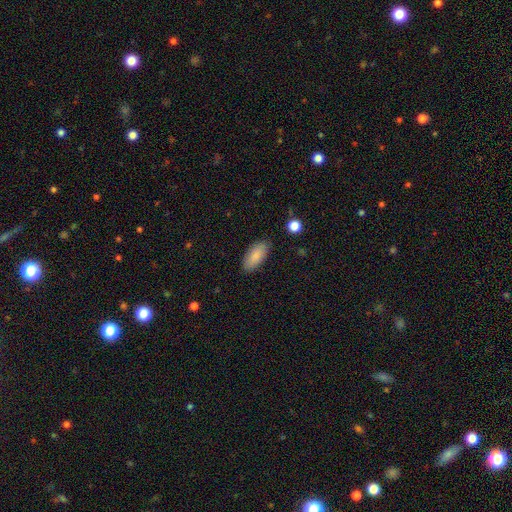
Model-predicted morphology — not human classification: smooth 86%, featured or disk 8%, star or artifact 6%. Down the decision tree: how rounded — in between (89%); merging — none (86%).